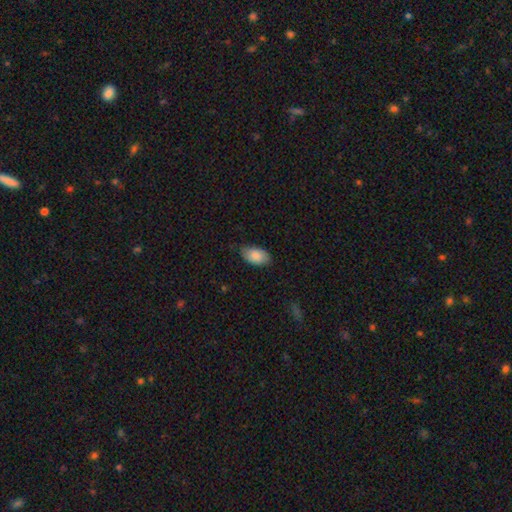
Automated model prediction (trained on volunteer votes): Q: Smooth or featured?
A: smooth (87%); runner-up: featured or disk (7%)
Q: How rounded?
A: in between (94%); runner-up: round (4%)
Q: Merging?
A: none (78%); runner-up: minor disturbance (18%)